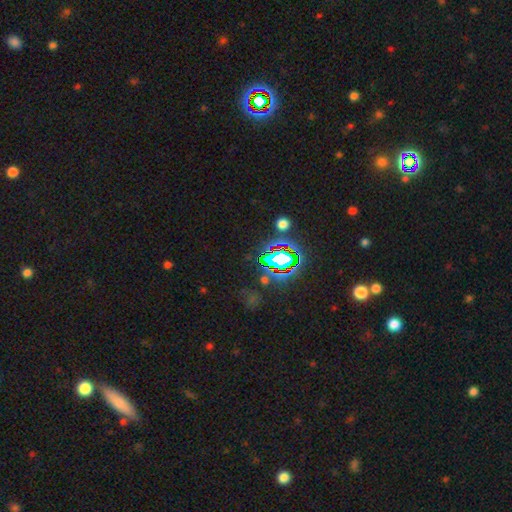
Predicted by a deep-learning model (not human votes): Smooth or featured? star or artifact (77%)